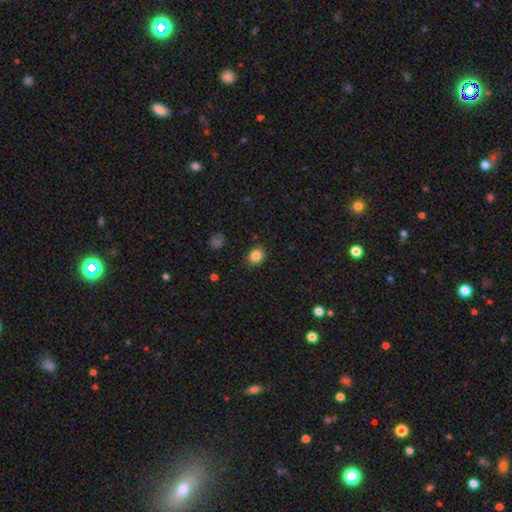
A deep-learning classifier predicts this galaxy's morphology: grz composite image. It shows a smooth galaxy with no disk features (85%) that is round (59%). Merging: none (87%).